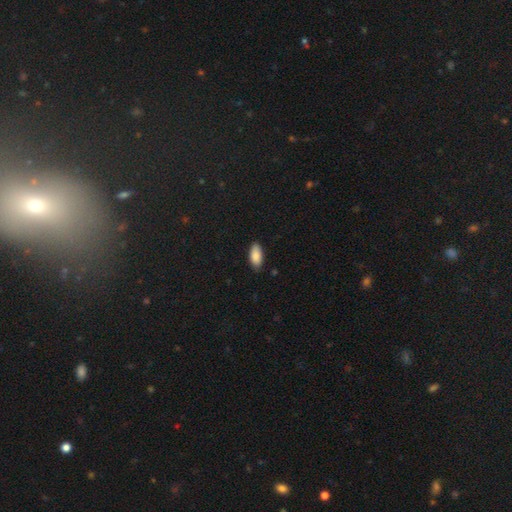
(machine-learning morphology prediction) Smooth or featured: smooth — 88% (star or artifact — 6%)
How rounded: in between — 90% (cigar-shaped — 8%)
Merging: none — 84% (minor disturbance — 13%)